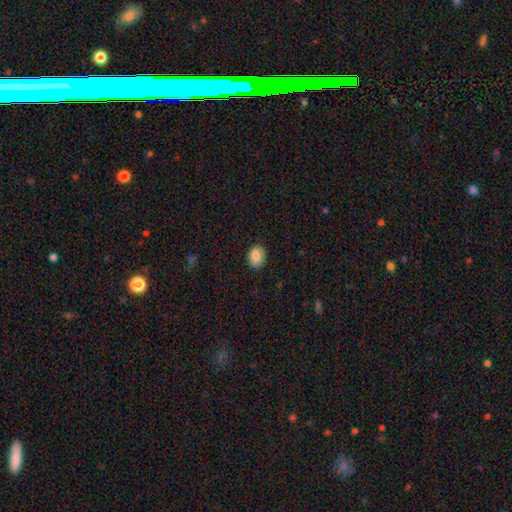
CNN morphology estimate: This is clearly a smooth galaxy (85%). How rounded: likely in between (63%). Merging: clearly none (87%).